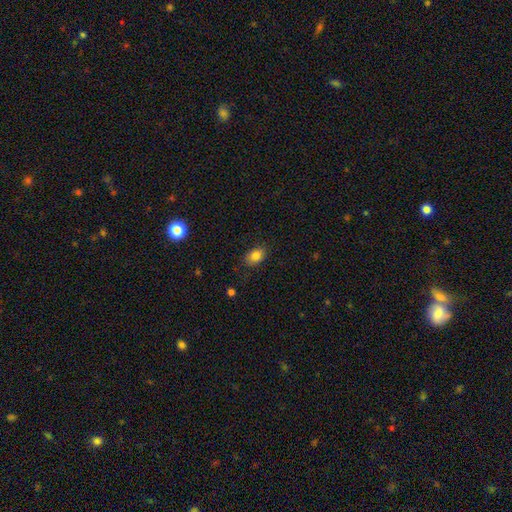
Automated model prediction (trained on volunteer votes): The model was most divided on "how rounded": in between: 74%, round: 25%, cigar-shaped: 1%. More confident: smooth or featured — smooth (83%); merging — none (81%).